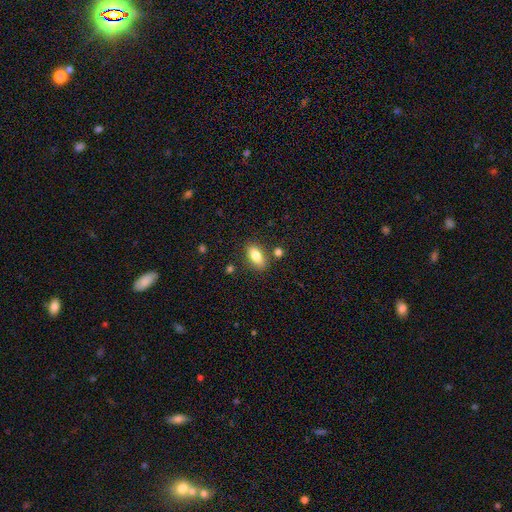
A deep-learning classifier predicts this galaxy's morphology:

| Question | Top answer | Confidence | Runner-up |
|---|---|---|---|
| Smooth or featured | smooth | 81% | featured or disk (11%) |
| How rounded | in between | 88% | cigar-shaped (7%) |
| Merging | none | 80% | minor disturbance (11%) |